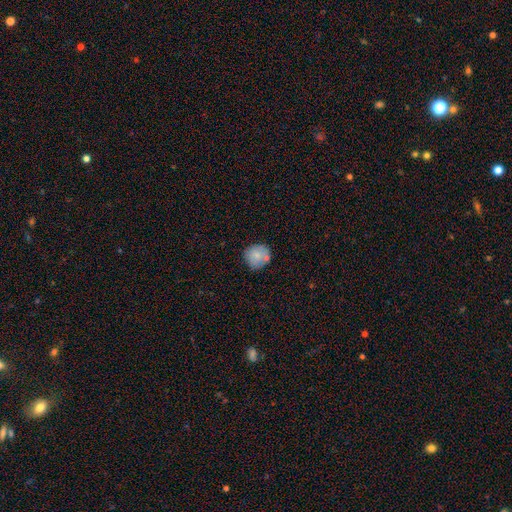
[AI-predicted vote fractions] Smooth or featured? smooth (76%)
How rounded? round (88%)
Merging? none (70%)